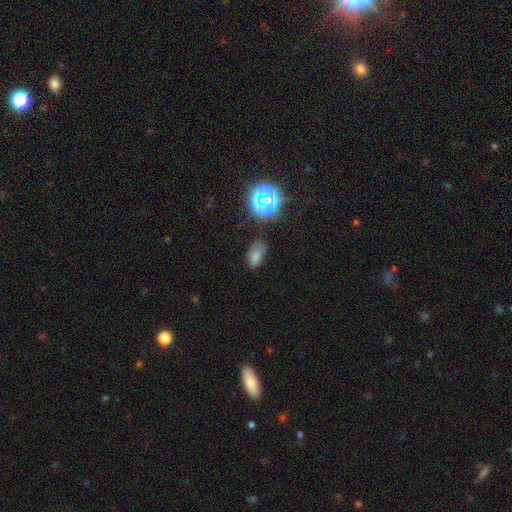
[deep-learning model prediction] smooth-or-featured: smooth: 69% | star or artifact: 23% | featured or disk: 8%
  how-rounded: in between: 91% | round: 7% | cigar-shaped: 2%
  merging: none: 71% | minor disturbance: 20% | major disturbance: 6% | merger: 3%